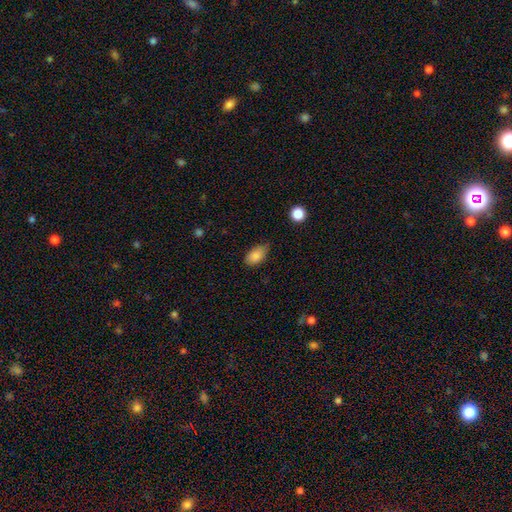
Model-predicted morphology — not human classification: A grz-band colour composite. It shows a smooth galaxy with no disk features (85%) that is in between round and cigar-shaped (91%). Merging: none (63%).